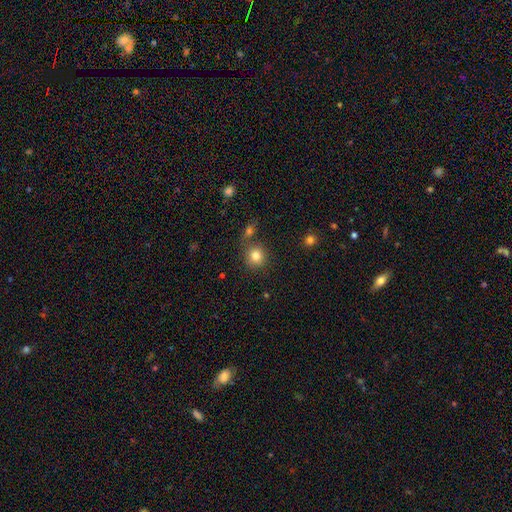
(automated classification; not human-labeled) The model was most divided on "merging": none: 71%, merger: 16%, minor disturbance: 9%, major disturbance: 3%. More confident: how rounded — round (87%); smooth or featured — smooth (81%).